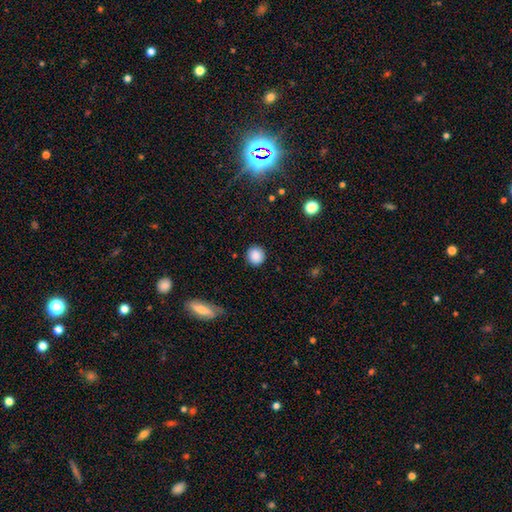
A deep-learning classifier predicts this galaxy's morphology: This is clearly a smooth galaxy (87%). How rounded: clearly round (93%). Merging: clearly none (90%).